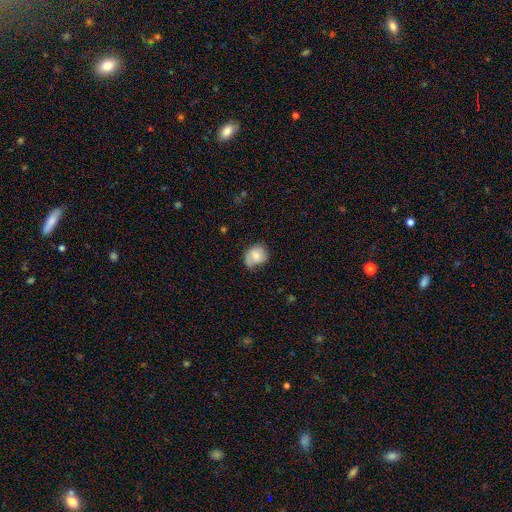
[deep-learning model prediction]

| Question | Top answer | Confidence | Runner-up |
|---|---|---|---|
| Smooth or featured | smooth | 68% | featured or disk (24%) |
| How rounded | round | 62% | in between (37%) |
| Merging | none | 48% | minor disturbance (36%) |